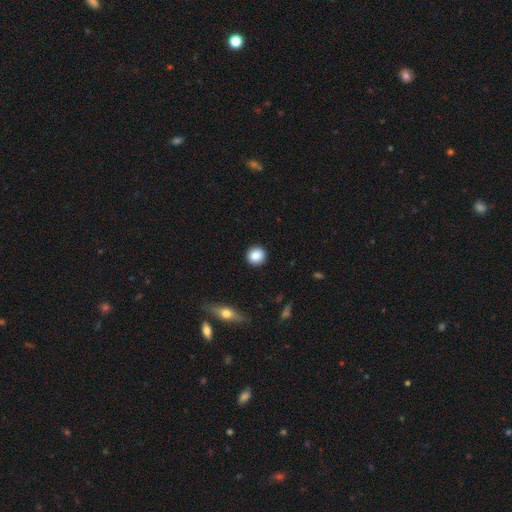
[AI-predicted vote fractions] This is clearly a smooth galaxy (87%). How rounded: clearly round (92%). Merging: clearly none (92%).